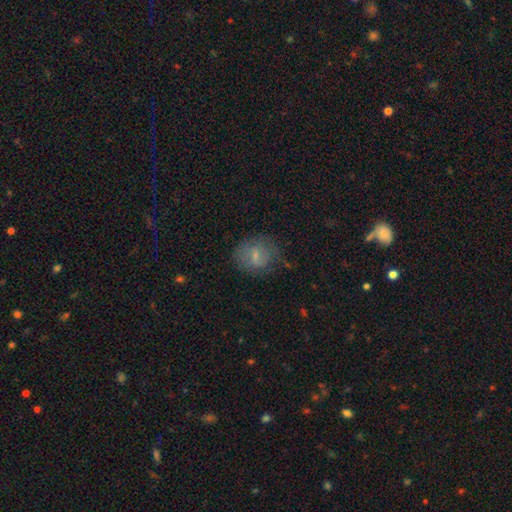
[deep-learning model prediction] smooth-or-featured: smooth: 62% | featured or disk: 29% | star or artifact: 9%
  how-rounded: round: 66% | in between: 32% | cigar-shaped: 2%
  merging: none: 62% | minor disturbance: 23% | major disturbance: 13% | merger: 2%